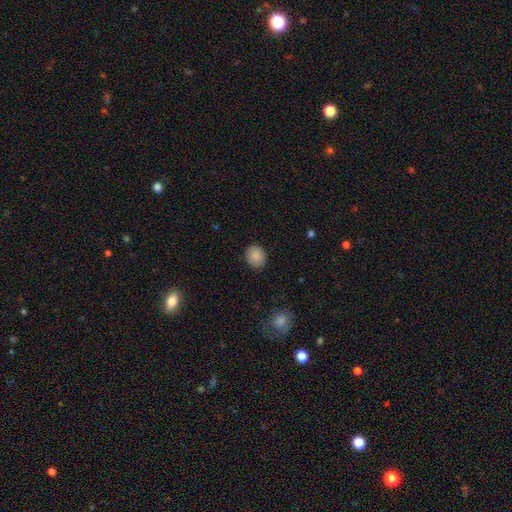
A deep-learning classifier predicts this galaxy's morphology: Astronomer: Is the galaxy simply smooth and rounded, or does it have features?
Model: smooth — 87%.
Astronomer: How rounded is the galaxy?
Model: round — 71%.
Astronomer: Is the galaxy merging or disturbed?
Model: none — 87%.